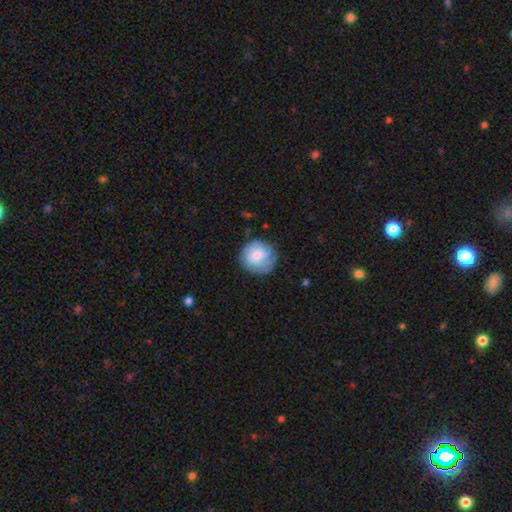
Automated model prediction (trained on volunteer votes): Smooth or featured? Predicted: smooth (p=0.59). How rounded? Predicted: round (p=0.88). Merging? Predicted: none (p=0.75).